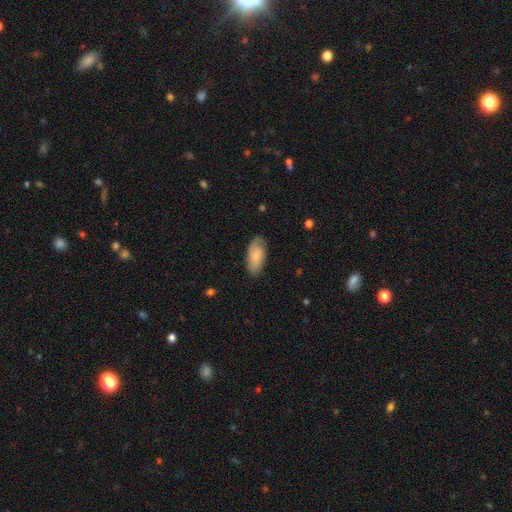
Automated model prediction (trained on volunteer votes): Morphology: type=smooth (64%); roundness=in between (90%); merging=none (77%).